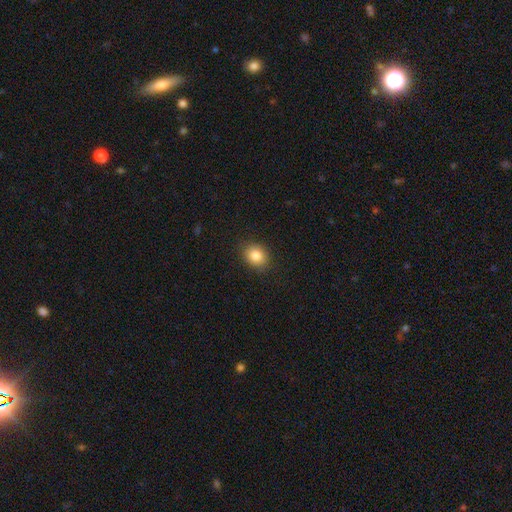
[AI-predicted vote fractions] smooth 84%, star or artifact 9%, featured or disk 7%. Down the decision tree: how rounded — round (51%); merging — none (87%).